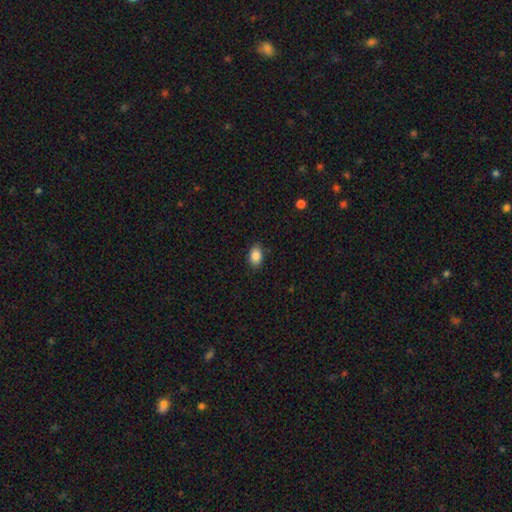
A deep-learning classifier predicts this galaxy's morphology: smooth-or-featured: smooth: 87% | star or artifact: 8% | featured or disk: 5%
  how-rounded: in between: 83% | round: 16% | cigar-shaped: 1%
  merging: none: 86% | minor disturbance: 10% | major disturbance: 2% | merger: 1%